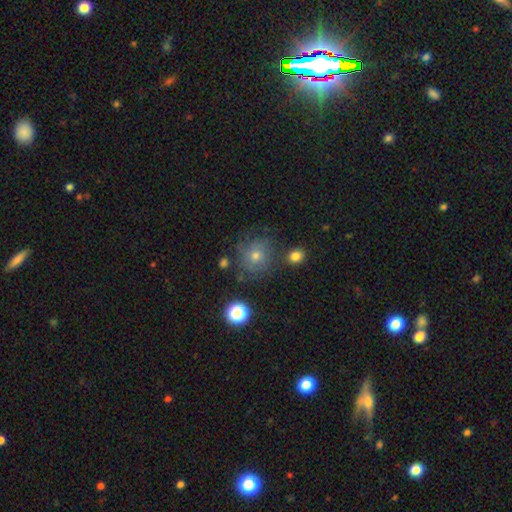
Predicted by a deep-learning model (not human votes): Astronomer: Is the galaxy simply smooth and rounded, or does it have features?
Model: smooth — 59%.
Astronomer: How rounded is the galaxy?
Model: round — 88%.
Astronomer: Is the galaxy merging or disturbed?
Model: none — 72%.